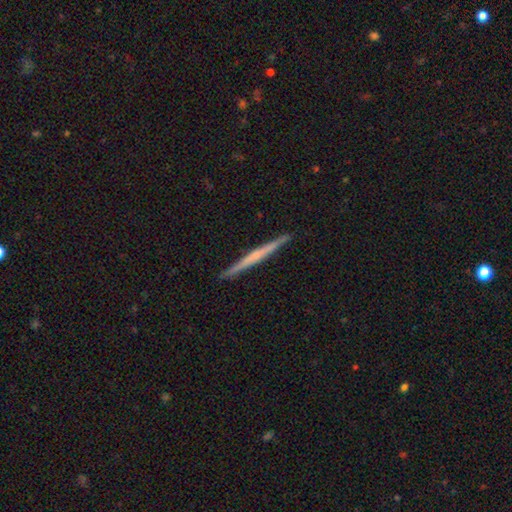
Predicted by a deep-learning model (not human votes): A featured or disk galaxy (60%) viewed edge-on (98%) with no central bulge (66%).

Vote fractions:
- Smooth or featured? featured or disk: 60% / smooth: 35% / star or artifact: 6%
- Edge-on disk? yes: 98% / no: 2%
- Edge-on bulge? none: 66% / rounded: 26% / boxy: 8%
- Merging? none: 92% / minor disturbance: 6% / major disturbance: 1% / merger: 1%